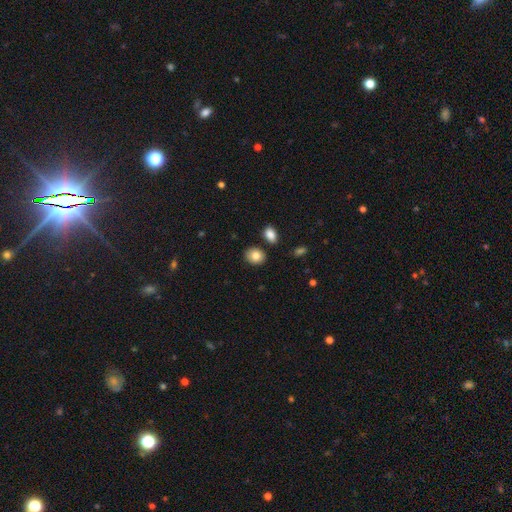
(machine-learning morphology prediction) Q: Smooth or featured?
A: smooth (84%); runner-up: star or artifact (8%)
Q: How rounded?
A: in between (51%); runner-up: round (48%)
Q: Merging?
A: none (83%); runner-up: minor disturbance (9%)